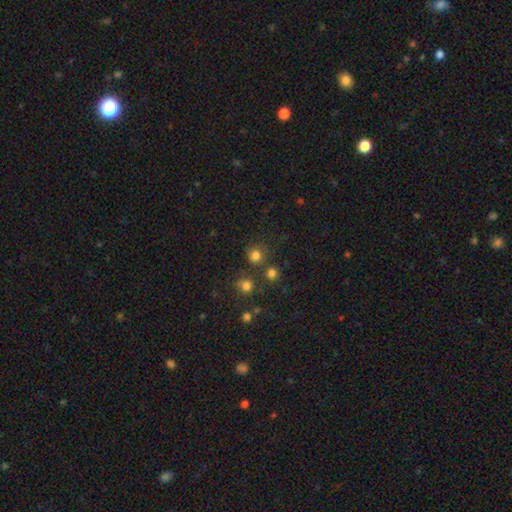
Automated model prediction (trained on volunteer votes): smooth_or_featured: smooth (p=0.77) [alt: star or artifact p=0.17]
how_rounded: round (p=0.90) [alt: in between p=0.09]
merging: none (p=0.76) [alt: merger p=0.11]